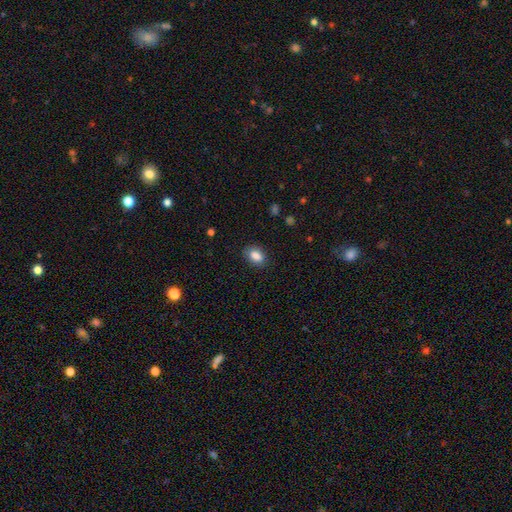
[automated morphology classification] A smooth galaxy with no disk features (87%) that is in between round and cigar-shaped (83%).

Vote fractions:
- Smooth or featured? smooth: 87% / star or artifact: 8% / featured or disk: 5%
- How rounded? in between: 83% / round: 16% / cigar-shaped: 1%
- Merging? none: 83% / minor disturbance: 12% / major disturbance: 3% / merger: 1%